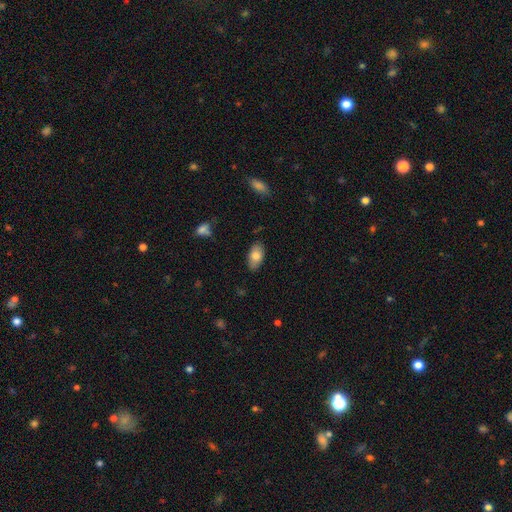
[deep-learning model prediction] smooth_or_featured: smooth (p=0.79) [alt: featured or disk p=0.15]
how_rounded: in between (p=0.94) [alt: round p=0.04]
merging: none (p=0.82) [alt: minor disturbance p=0.14]